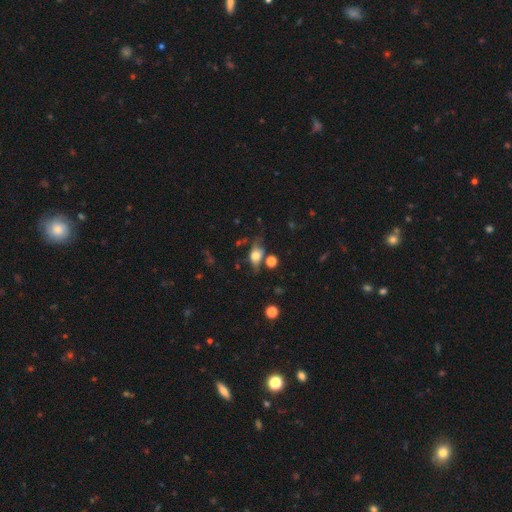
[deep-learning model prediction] Smooth or featured?
  - smooth: 56% *
  - featured or disk: 32%
  - star or artifact: 11%
How rounded?
  - in between: 68% *
  - round: 23%
  - cigar-shaped: 9%
Merging?
  - none: 54% *
  - minor disturbance: 25%
  - major disturbance: 12%
  - merger: 9%